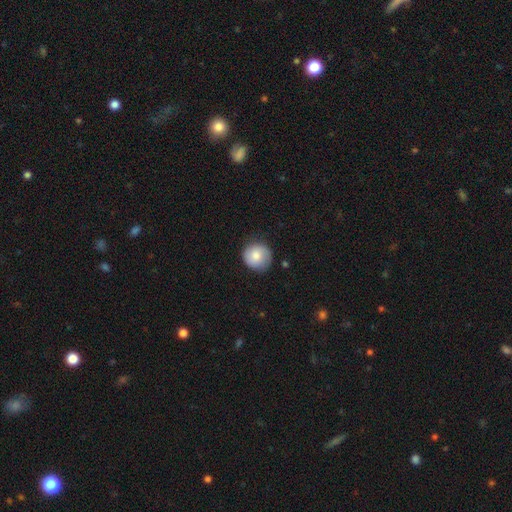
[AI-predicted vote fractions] This is likely a smooth galaxy (78%). How rounded: clearly round (90%). Merging: clearly none (81%).